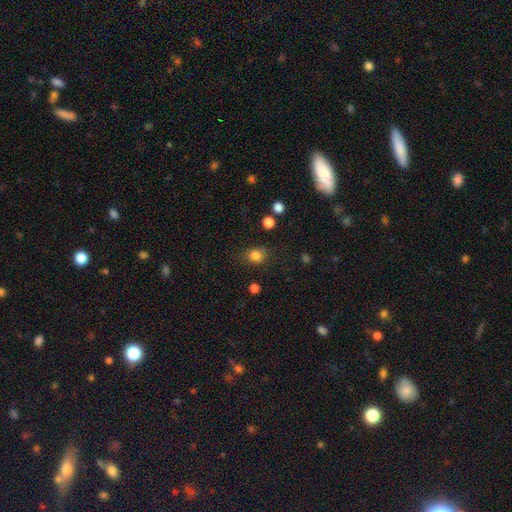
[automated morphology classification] smooth 83%, star or artifact 12%, featured or disk 5%. Down the decision tree: how rounded — round (67%); merging — none (78%).